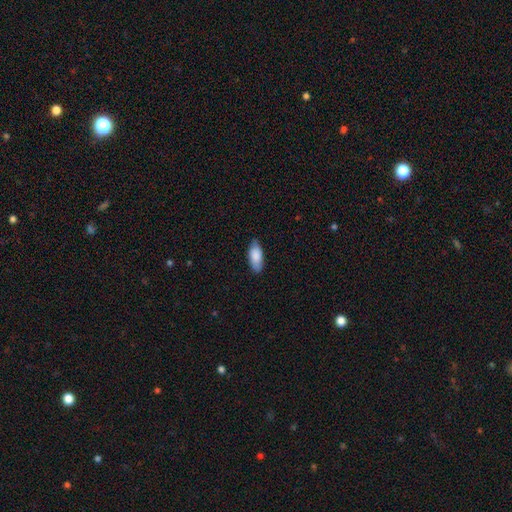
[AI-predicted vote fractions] A smooth galaxy with no disk features (85%) that is in between round and cigar-shaped (85%).

Vote fractions:
- Smooth or featured? smooth: 85% / featured or disk: 10% / star or artifact: 6%
- How rounded? in between: 85% / cigar-shaped: 13% / round: 2%
- Merging? none: 82% / minor disturbance: 15% / major disturbance: 2% / merger: 1%